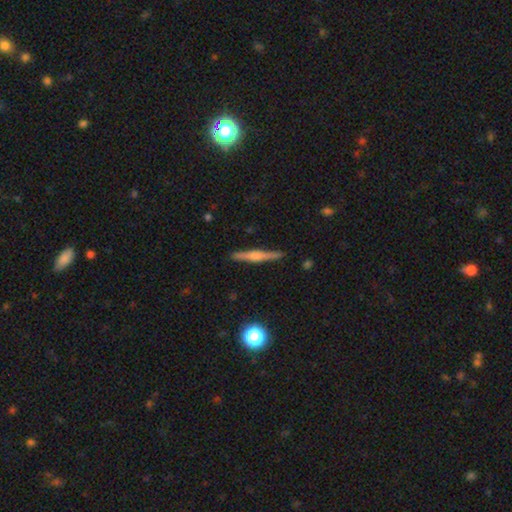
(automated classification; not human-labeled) This appears to be a featured or disk galaxy (63%) viewed edge-on (98%) with a rounded central bulge (72%). Merging: none (90%).